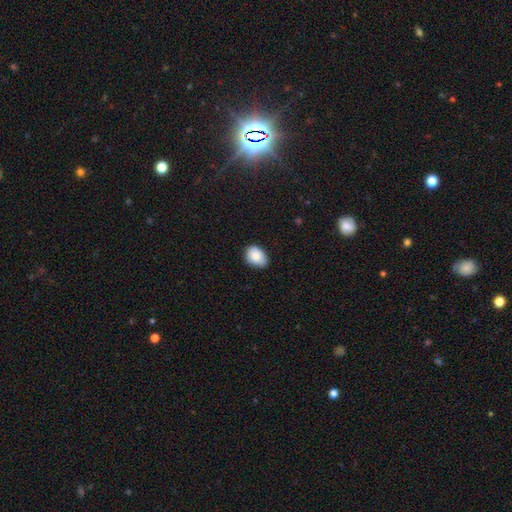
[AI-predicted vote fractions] smooth-or-featured: smooth: 84% | featured or disk: 8% | star or artifact: 8%
  how-rounded: in between: 74% | round: 25% | cigar-shaped: 1%
  merging: none: 69% | minor disturbance: 26% | major disturbance: 3% | merger: 1%